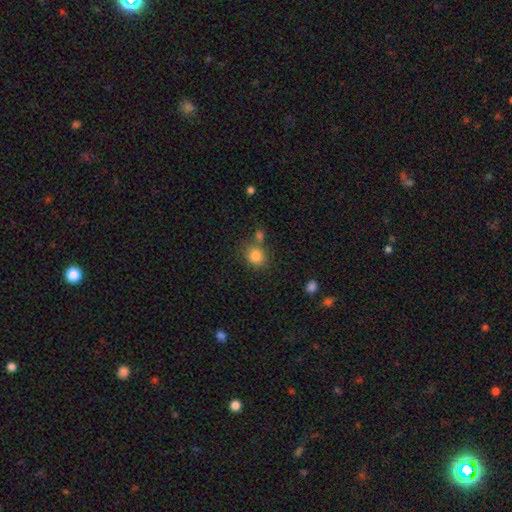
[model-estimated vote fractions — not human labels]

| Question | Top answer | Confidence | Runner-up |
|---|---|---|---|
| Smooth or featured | smooth | 83% | star or artifact (11%) |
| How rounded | round | 79% | in between (20%) |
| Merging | none | 66% | merger (18%) |